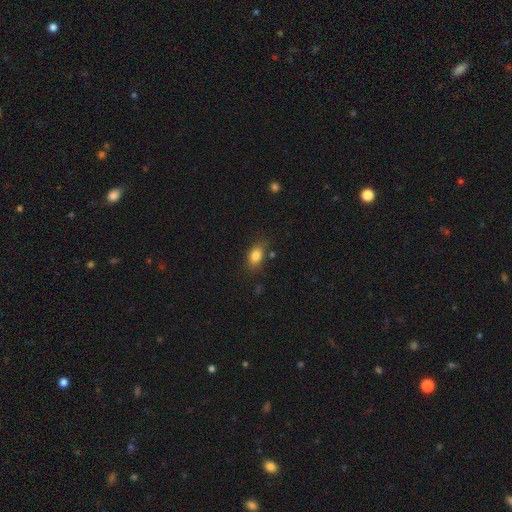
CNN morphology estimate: Smooth or featured: smooth — 83% (star or artifact — 9%)
How rounded: in between — 83% (round — 14%)
Merging: none — 74% (minor disturbance — 18%)